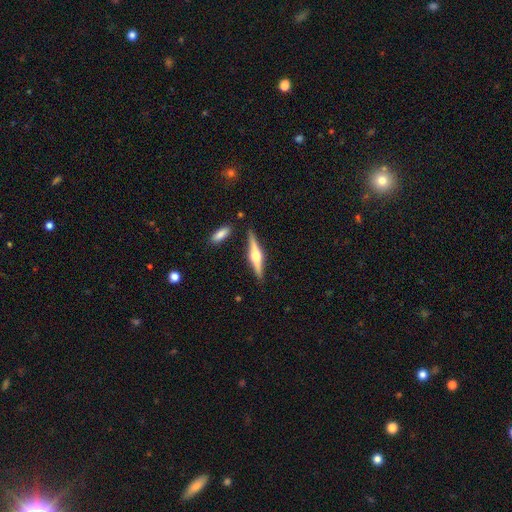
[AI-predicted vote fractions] This is likely a featured or disk galaxy (72%). It is clearly viewed edge-on (98%). Edge-on bulge: clearly rounded (91%). Merging: clearly none (85%).